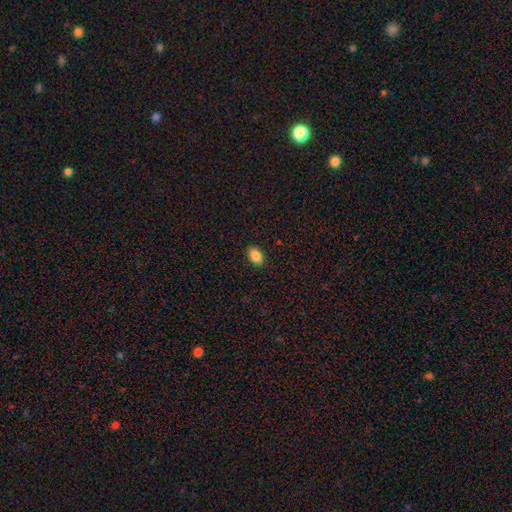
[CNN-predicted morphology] smooth 87%, star or artifact 9%, featured or disk 4%. Down the decision tree: how rounded — in between (86%); merging — none (89%).